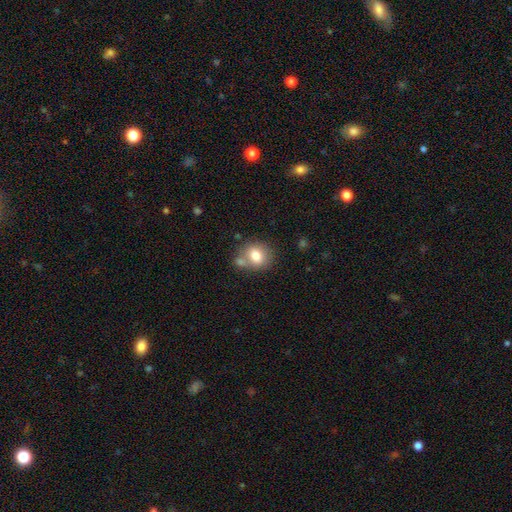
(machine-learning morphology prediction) A smooth galaxy with no disk features (77%) that is round (66%). Merging: none (57%).